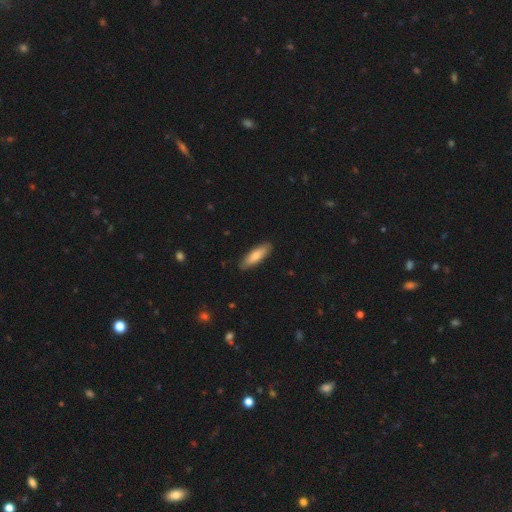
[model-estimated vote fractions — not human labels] This is likely a smooth galaxy (77%). How rounded: possibly cigar-shaped (50%). Merging: clearly none (88%).